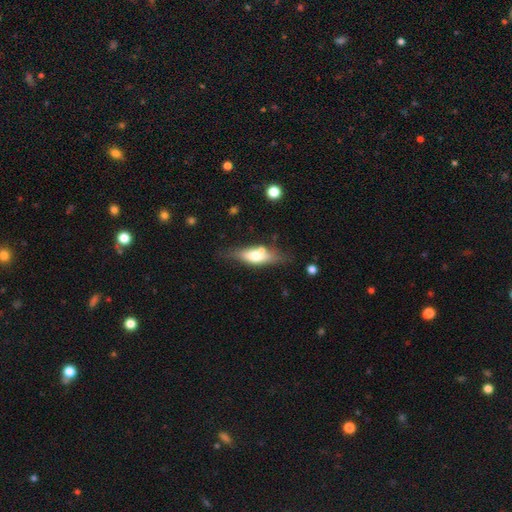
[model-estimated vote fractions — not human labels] Smooth or featured: smooth — 57% (featured or disk — 37%)
How rounded: in between — 57% (cigar-shaped — 40%)
Merging: none — 65% (minor disturbance — 19%)